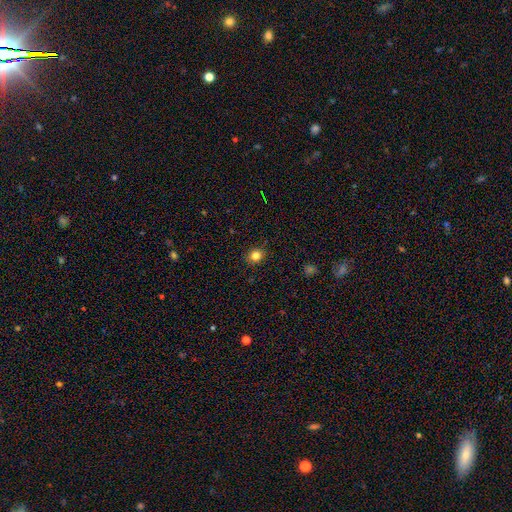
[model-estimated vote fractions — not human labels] Q: Smooth or featured?
A: smooth (82%); runner-up: star or artifact (13%)
Q: How rounded?
A: round (75%); runner-up: in between (24%)
Q: Merging?
A: none (90%); runner-up: minor disturbance (7%)